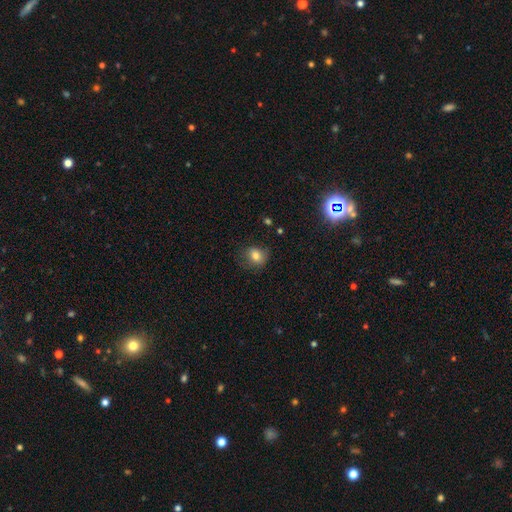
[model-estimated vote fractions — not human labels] smooth-or-featured: smooth: 78% | star or artifact: 11% | featured or disk: 11%
  how-rounded: round: 62% | in between: 37% | cigar-shaped: 1%
  merging: none: 66% | minor disturbance: 23% | major disturbance: 10% | merger: 1%